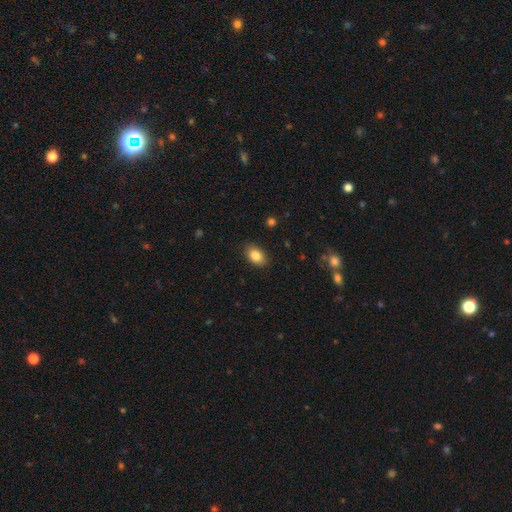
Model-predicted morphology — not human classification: Overall: smooth (85%). How rounded: in between (86%). Merging: none (88%).